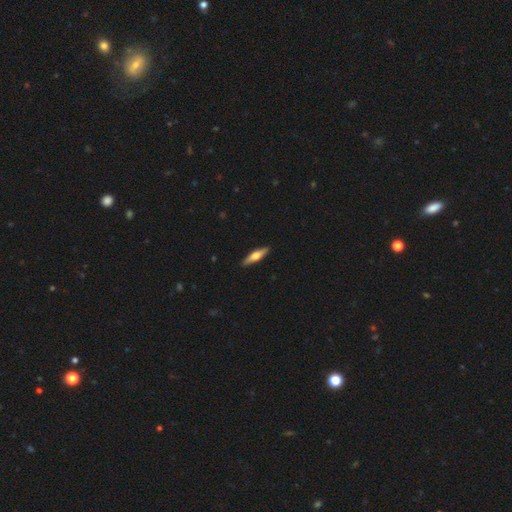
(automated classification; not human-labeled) Smooth or featured: featured or disk — 47% (tied with smooth — 47%)
Merging: none — 90% (minor disturbance — 7%)